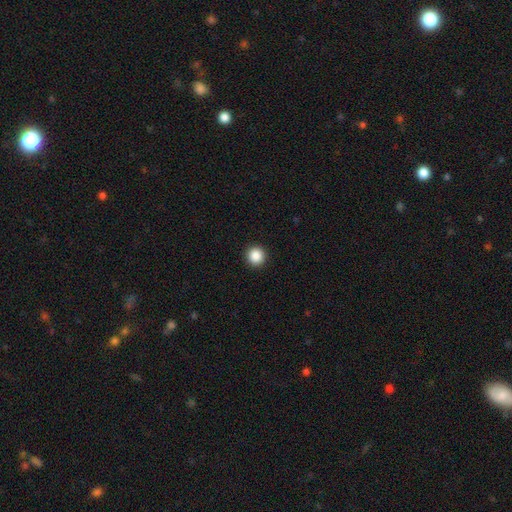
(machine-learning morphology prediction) Smooth or featured? smooth (87%)
How rounded? round (96%)
Merging? none (94%)